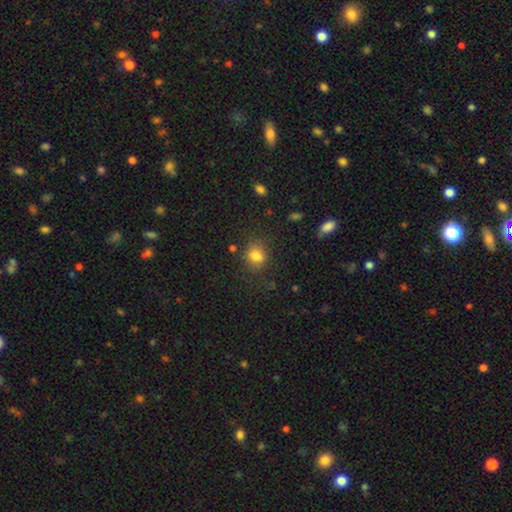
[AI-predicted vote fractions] smooth 73%, star or artifact 15%, featured or disk 12%. Down the decision tree: how rounded — round (59%); merging — none (57%).